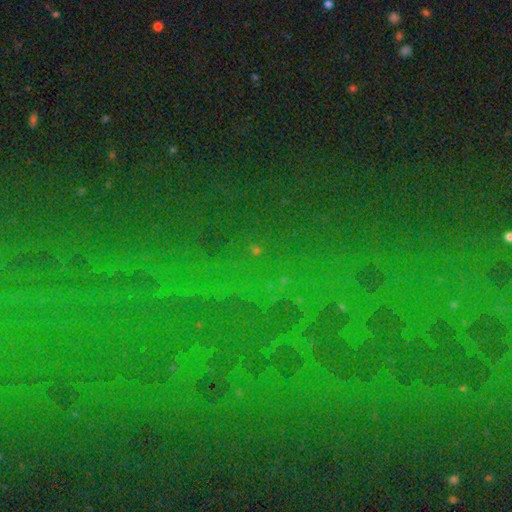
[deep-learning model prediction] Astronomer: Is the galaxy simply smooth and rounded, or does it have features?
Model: star or artifact — 82%.